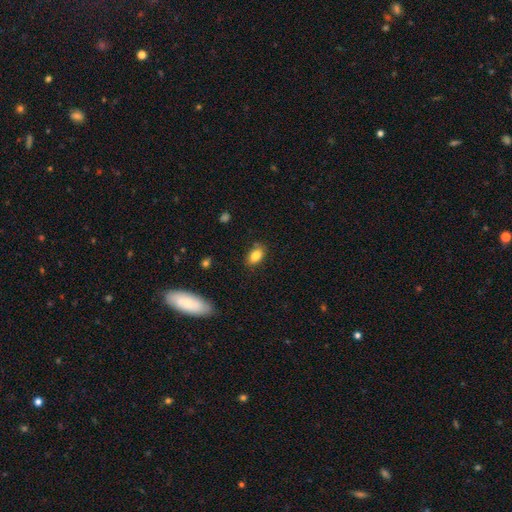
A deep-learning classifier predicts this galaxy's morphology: Q: Smooth or featured?
A: smooth (82%); runner-up: star or artifact (9%)
Q: How rounded?
A: in between (84%); runner-up: round (14%)
Q: Merging?
A: none (79%); runner-up: minor disturbance (16%)